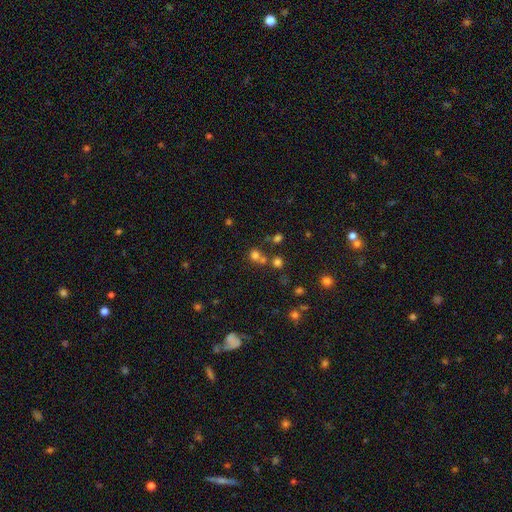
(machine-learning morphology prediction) A smooth galaxy with no disk features (66%) that is round (86%).

Vote fractions:
- Smooth or featured? smooth: 66% / star or artifact: 24% / featured or disk: 10%
- How rounded? round: 86% / in between: 13% / cigar-shaped: 1%
- Merging? none: 58% / merger: 31% / minor disturbance: 8% / major disturbance: 4%